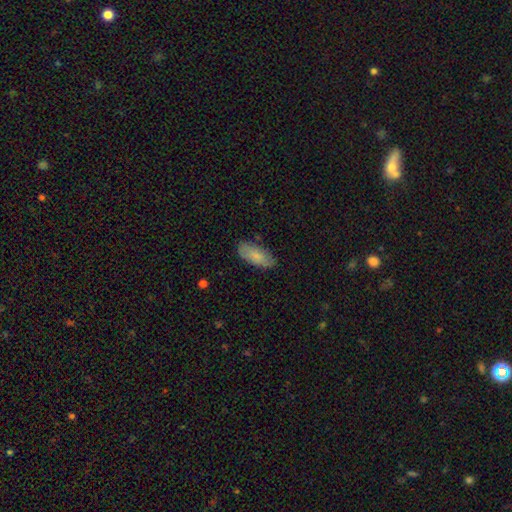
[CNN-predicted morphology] Smooth or featured?
  - smooth: 80% *
  - featured or disk: 14%
  - star or artifact: 6%
How rounded?
  - in between: 88% *
  - cigar-shaped: 10%
  - round: 2%
Merging?
  - none: 81% *
  - minor disturbance: 15%
  - major disturbance: 3%
  - merger: 1%